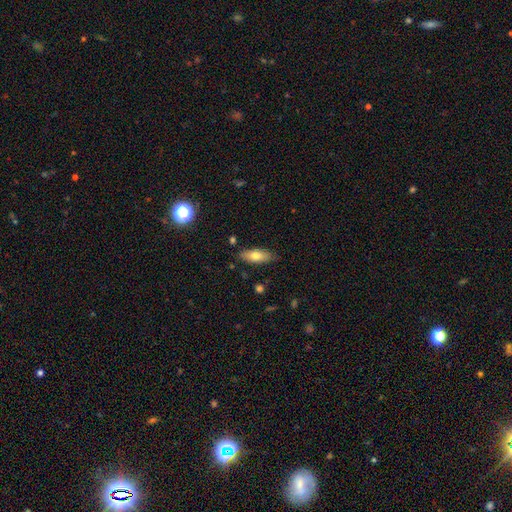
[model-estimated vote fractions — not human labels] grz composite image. It shows a smooth galaxy with no disk features (71%) that is in between round and cigar-shaped (75%). Merging: none (83%).